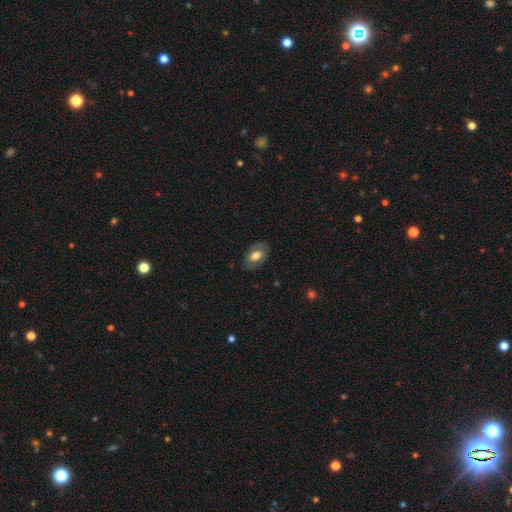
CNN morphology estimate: smooth 58%, featured or disk 34%, star or artifact 7%. Down the decision tree: how rounded — in between (88%); merging — none (78%).